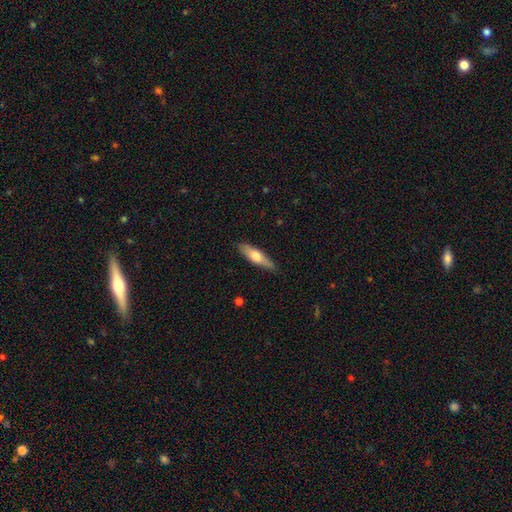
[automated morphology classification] A smooth galaxy with no disk features (59%) that is cigar-shaped (64%). Merging: none (83%).